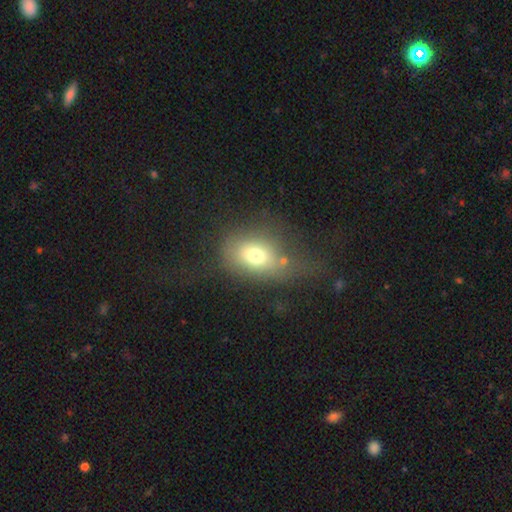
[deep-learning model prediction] A smooth galaxy with no disk features (71%) that is in between round and cigar-shaped (63%). Merging: none (39%).